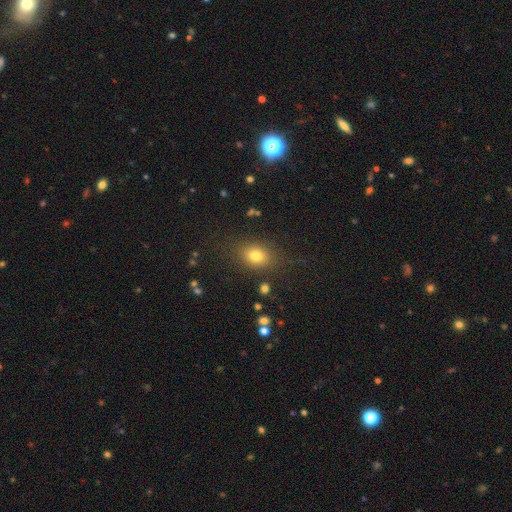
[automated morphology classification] Smooth or featured?
  - smooth: 77% *
  - star or artifact: 14%
  - featured or disk: 9%
How rounded?
  - in between: 60% *
  - round: 39%
  - cigar-shaped: 2%
Merging?
  - none: 82% *
  - minor disturbance: 11%
  - major disturbance: 5%
  - merger: 2%